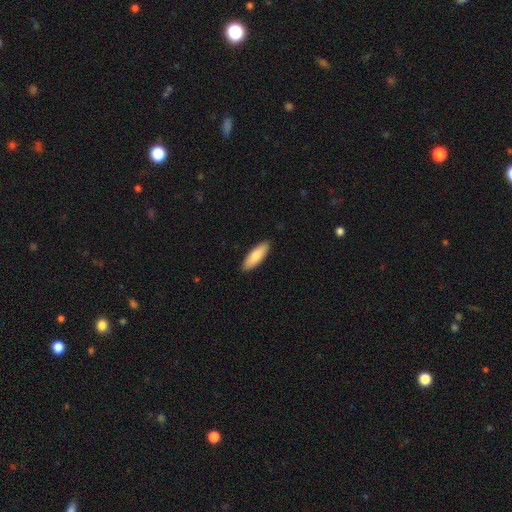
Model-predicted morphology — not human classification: This appears to be a smooth galaxy with no disk features (83%) that is in between round and cigar-shaped (56%). Merging: none (90%).